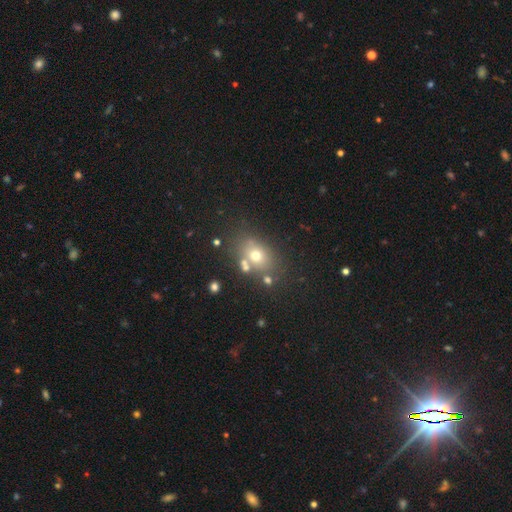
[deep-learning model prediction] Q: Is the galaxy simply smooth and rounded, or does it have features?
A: smooth — 63%.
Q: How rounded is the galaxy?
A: in between — 57%.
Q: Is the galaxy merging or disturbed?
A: none — 64%.